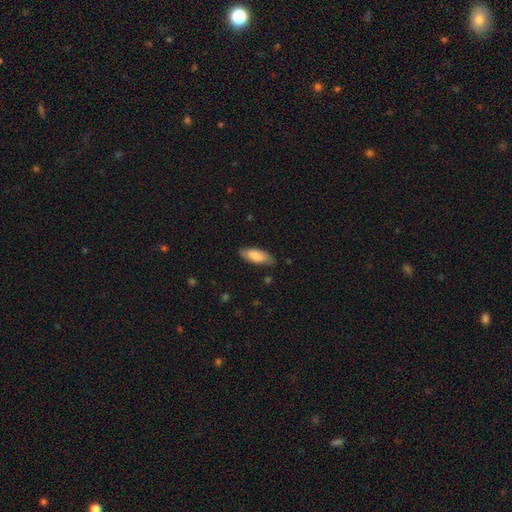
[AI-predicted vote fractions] smooth 82%, featured or disk 13%, star or artifact 6%. Down the decision tree: how rounded — in between (75%); merging — none (79%).